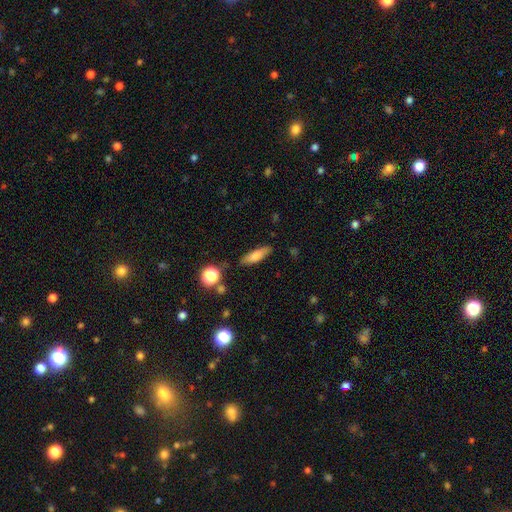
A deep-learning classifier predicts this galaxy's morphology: A smooth galaxy with no disk features (75%) that is cigar-shaped (58%). Merging: none (80%).